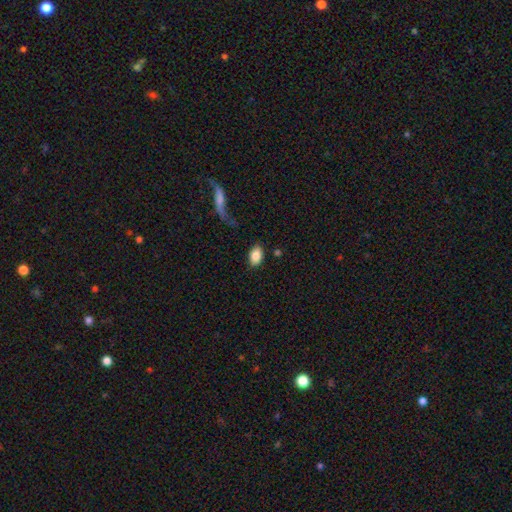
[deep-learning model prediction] smooth_or_featured: smooth (p=0.85) [alt: featured or disk p=0.08]
how_rounded: in between (p=0.91) [alt: round p=0.08]
merging: none (p=0.81) [alt: minor disturbance p=0.11]